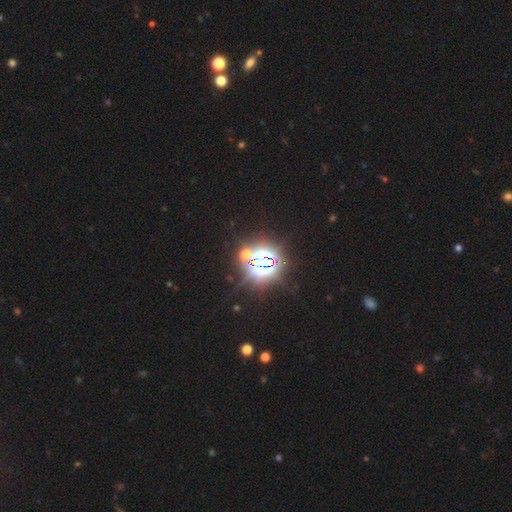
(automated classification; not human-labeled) smooth-or-featured: star or artifact: 79% | smooth: 12% | featured or disk: 9%